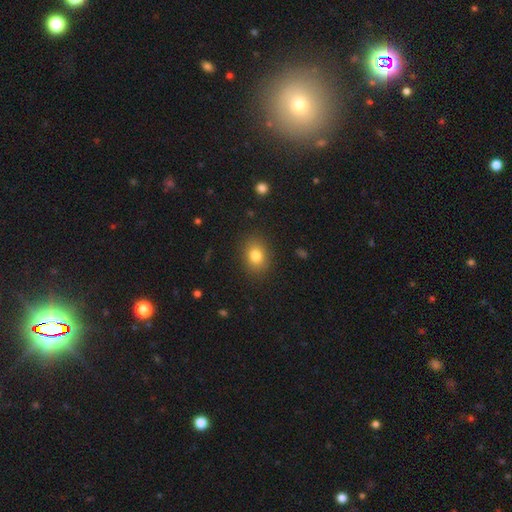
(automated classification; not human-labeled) This appears to be a smooth galaxy with no disk features (81%) that is in between round and cigar-shaped (54%). Merging: none (86%).